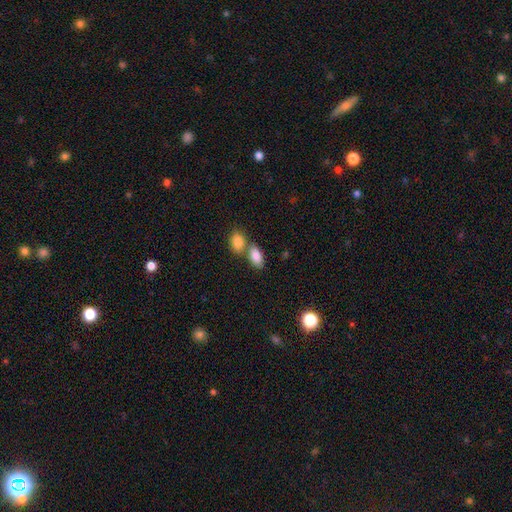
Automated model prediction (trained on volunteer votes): A smooth galaxy with no disk features (84%) that is in between round and cigar-shaped (90%). Merging: none (45%).